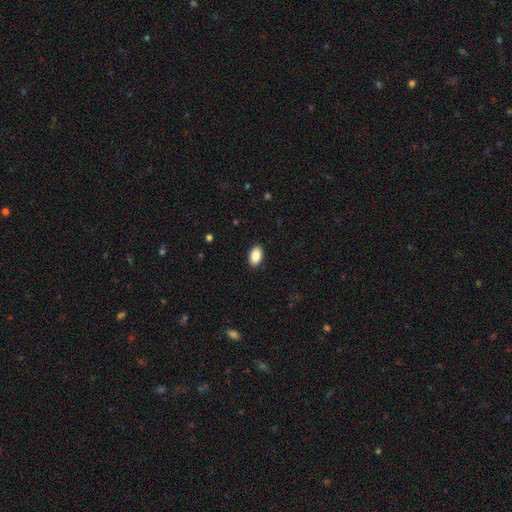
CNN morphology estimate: This appears to be a smooth galaxy with no disk features (89%) that is in between round and cigar-shaped (92%). Merging: none (90%).